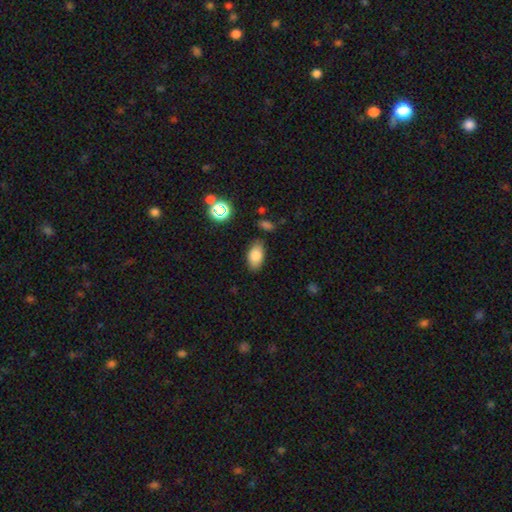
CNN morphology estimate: smooth-or-featured: smooth: 82% | star or artifact: 9% | featured or disk: 9%
  how-rounded: in between: 92% | round: 6% | cigar-shaped: 2%
  merging: none: 81% | minor disturbance: 13% | major disturbance: 3% | merger: 3%